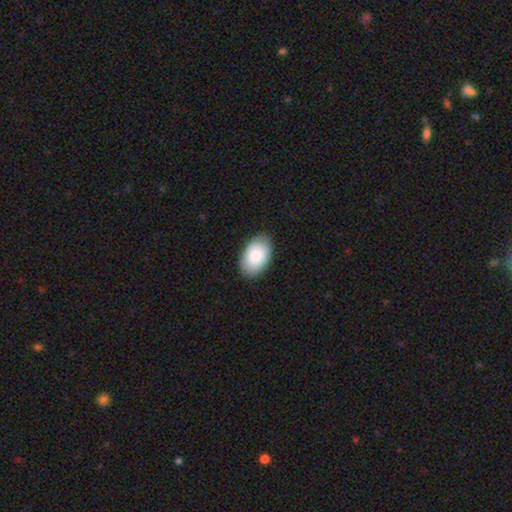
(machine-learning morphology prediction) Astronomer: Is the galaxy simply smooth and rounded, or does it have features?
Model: smooth — 84%.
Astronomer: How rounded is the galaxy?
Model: in between — 93%.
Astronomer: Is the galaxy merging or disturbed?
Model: none — 84%.